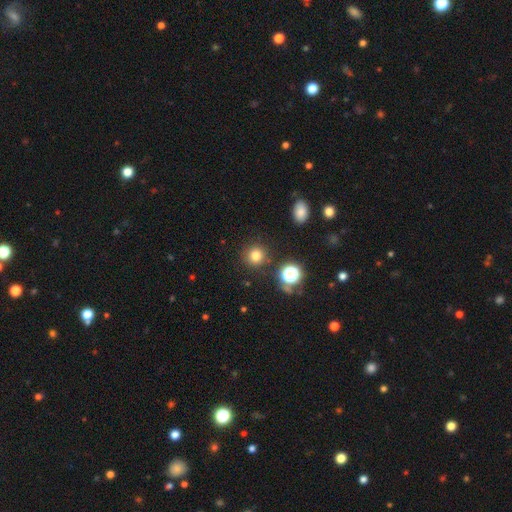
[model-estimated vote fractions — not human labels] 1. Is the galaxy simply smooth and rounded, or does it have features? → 75% smooth, 18% star or artifact, 6% featured or disk.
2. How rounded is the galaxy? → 92% round, 7% in between, 1% cigar-shaped.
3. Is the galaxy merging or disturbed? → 87% none, 7% minor disturbance, 3% major disturbance, 3% merger.